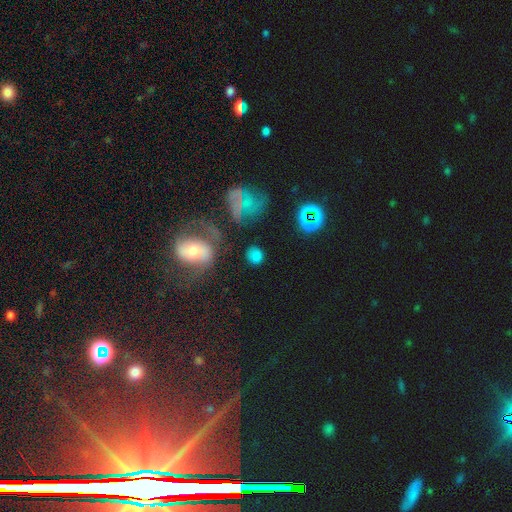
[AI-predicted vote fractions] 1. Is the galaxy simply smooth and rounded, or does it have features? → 67% smooth, 19% star or artifact, 14% featured or disk.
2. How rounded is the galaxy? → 79% round, 19% in between, 2% cigar-shaped.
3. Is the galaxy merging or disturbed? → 76% none, 12% minor disturbance, 7% major disturbance, 5% merger.